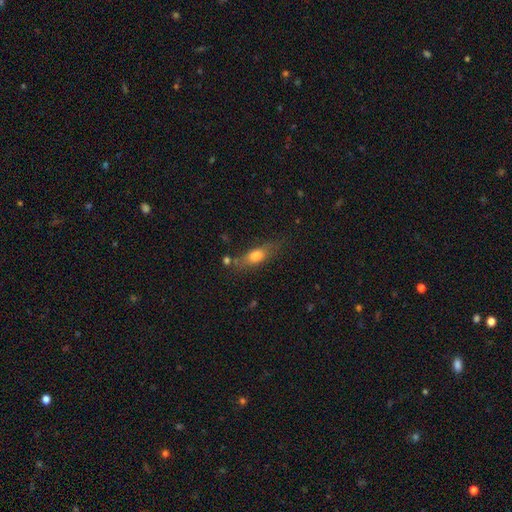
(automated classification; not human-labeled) Q: Smooth or featured?
A: smooth (67%); runner-up: featured or disk (24%)
Q: How rounded?
A: in between (60%); runner-up: cigar-shaped (34%)
Q: Merging?
A: none (65%); runner-up: minor disturbance (21%)